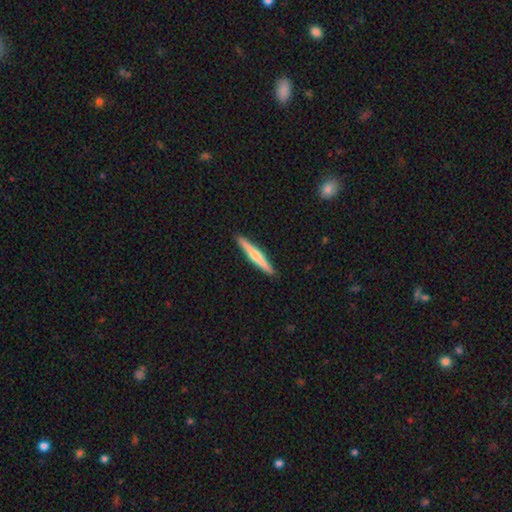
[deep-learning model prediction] This appears to be a featured or disk galaxy (53%) viewed edge-on (98%) with a rounded central bulge (71%). Merging: none (92%).